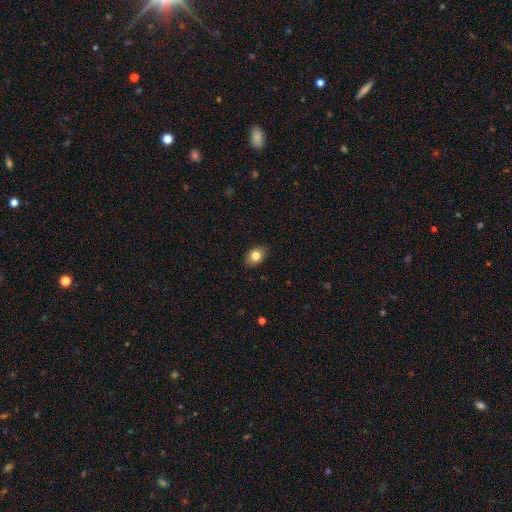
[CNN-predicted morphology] Smooth or featured? smooth (82%)
How rounded? in between (69%)
Merging? none (87%)